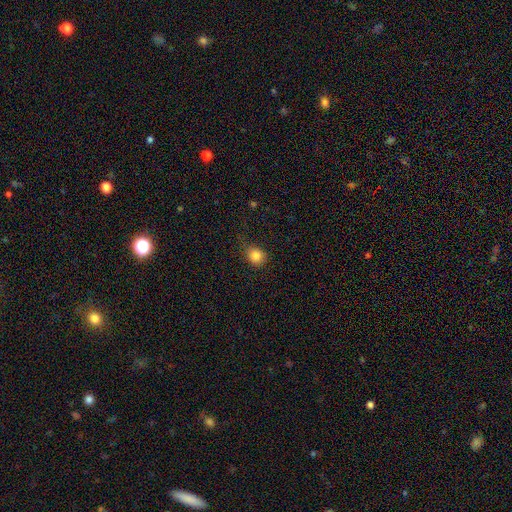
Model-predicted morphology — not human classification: A smooth galaxy with no disk features (83%) that is round (82%).

Vote fractions:
- Smooth or featured? smooth: 83% / star or artifact: 11% / featured or disk: 5%
- How rounded? round: 82% / in between: 17% / cigar-shaped: 1%
- Merging? none: 72% / minor disturbance: 21% / major disturbance: 6% / merger: 1%